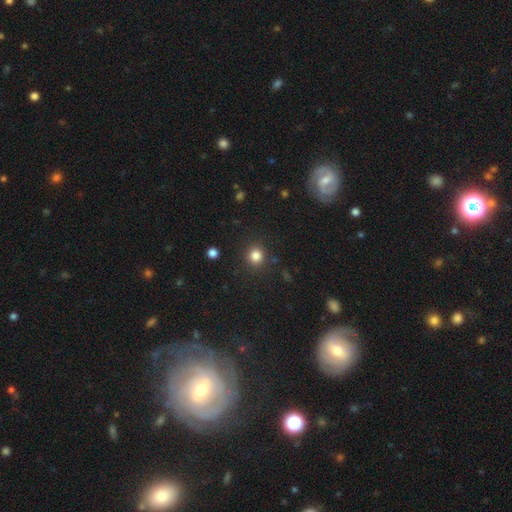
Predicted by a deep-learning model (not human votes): Smooth or featured: smooth — 83% (star or artifact — 12%)
How rounded: round — 88% (in between — 11%)
Merging: none — 88% (minor disturbance — 7%)